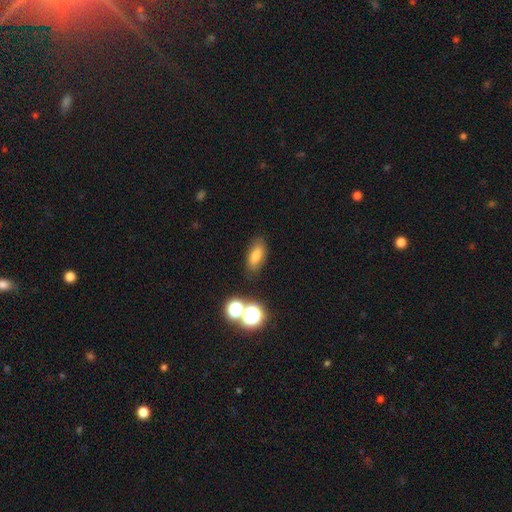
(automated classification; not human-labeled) Q: Smooth or featured?
A: smooth (73%); runner-up: star or artifact (14%)
Q: How rounded?
A: in between (80%); runner-up: cigar-shaped (11%)
Q: Merging?
A: none (79%); runner-up: minor disturbance (13%)